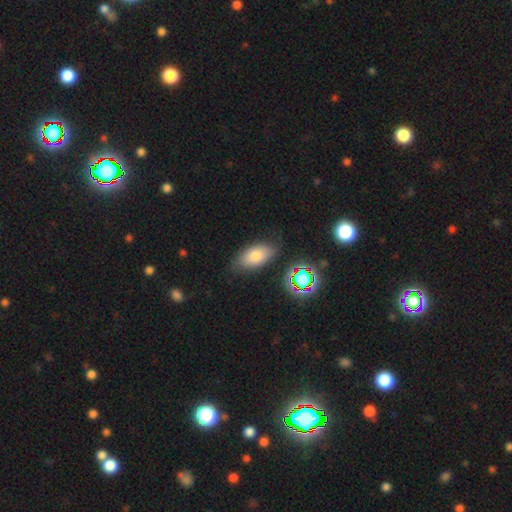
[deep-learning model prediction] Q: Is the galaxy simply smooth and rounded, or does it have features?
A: smooth — 74%.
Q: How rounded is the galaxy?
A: in between — 90%.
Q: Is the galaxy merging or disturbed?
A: none — 78%.